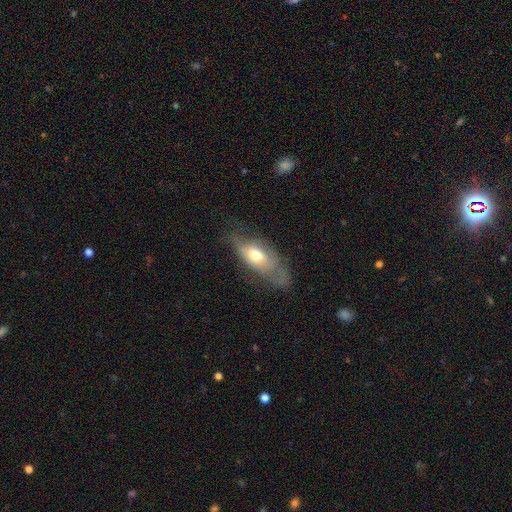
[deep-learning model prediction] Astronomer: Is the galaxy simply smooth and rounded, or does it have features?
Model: smooth — 54% (runner-up: featured or disk, 39%).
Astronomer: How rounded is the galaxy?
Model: in between — 81%.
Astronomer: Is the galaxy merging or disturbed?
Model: none — 34% (runner-up: minor disturbance, 33%).